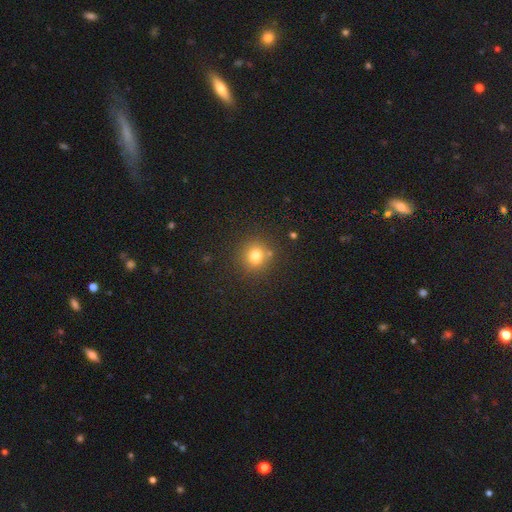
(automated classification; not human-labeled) smooth 77%, star or artifact 15%, featured or disk 8%. Down the decision tree: how rounded — round (85%); merging — none (78%).